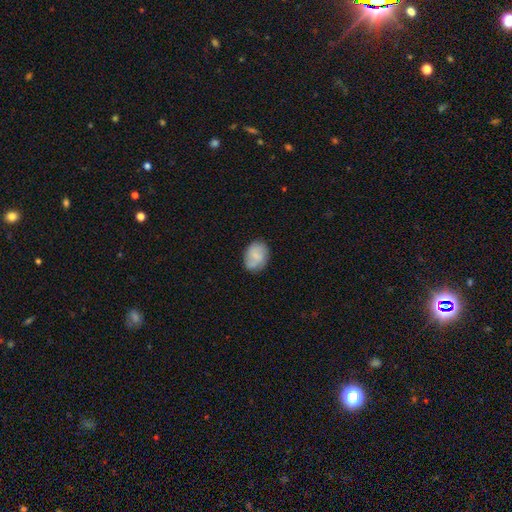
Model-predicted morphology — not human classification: This is likely a smooth galaxy (62%). How rounded: likely in between (66%). Merging: likely none (74%).